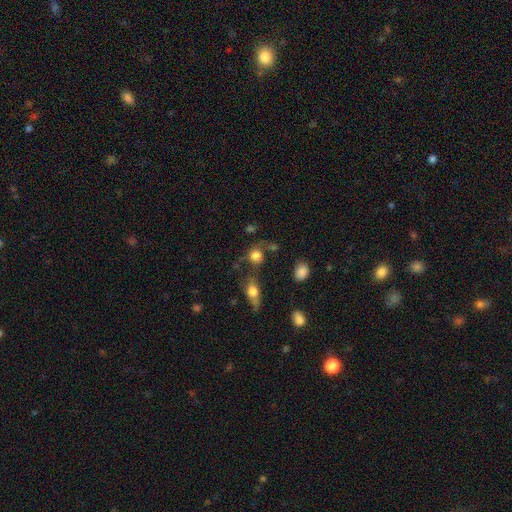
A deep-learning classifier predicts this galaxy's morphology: Smooth or featured?
  - smooth: 75% *
  - featured or disk: 13%
  - star or artifact: 12%
How rounded?
  - round: 77% *
  - in between: 21%
  - cigar-shaped: 2%
Merging?
  - none: 48% *
  - merger: 20%
  - minor disturbance: 18%
  - major disturbance: 14%